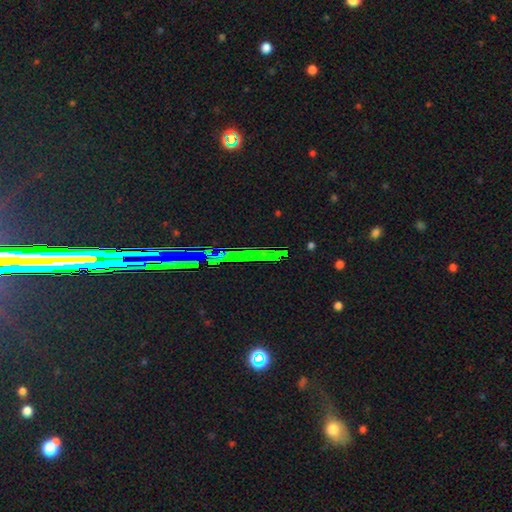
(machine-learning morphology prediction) Smooth or featured? star or artifact (73%)